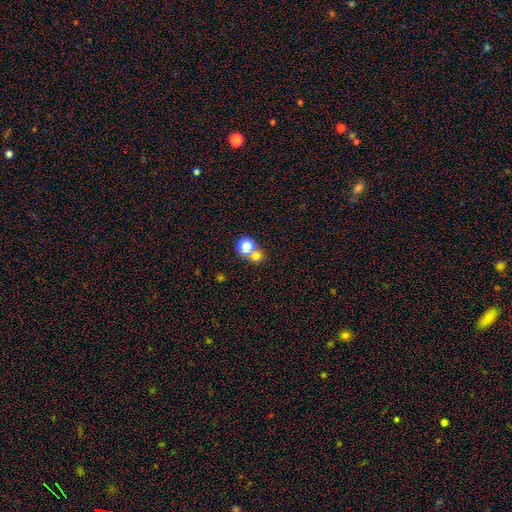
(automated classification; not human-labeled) This is possibly a smooth galaxy (50%). Merging: likely none (69%).